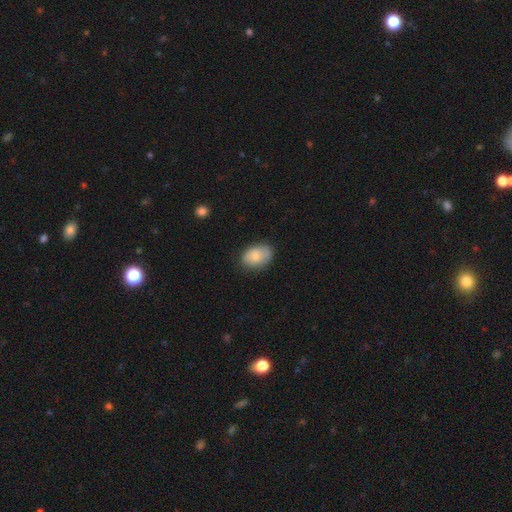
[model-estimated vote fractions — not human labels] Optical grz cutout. It shows a smooth galaxy with no disk features (81%) that is in between round and cigar-shaped (81%). Merging: none (73%).